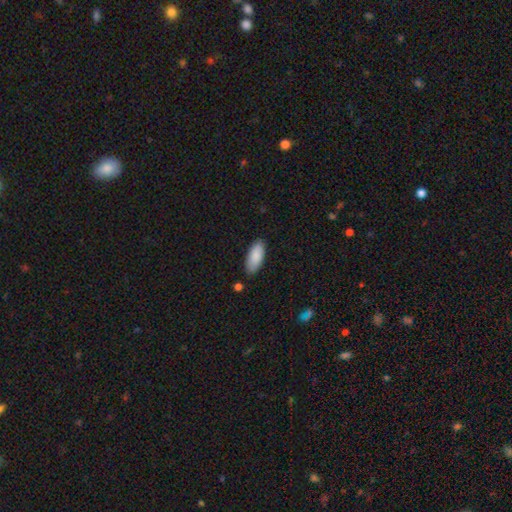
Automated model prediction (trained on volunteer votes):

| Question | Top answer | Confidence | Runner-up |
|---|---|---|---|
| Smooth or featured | smooth | 88% | star or artifact (6%) |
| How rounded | in between | 85% | cigar-shaped (13%) |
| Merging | none | 83% | minor disturbance (13%) |